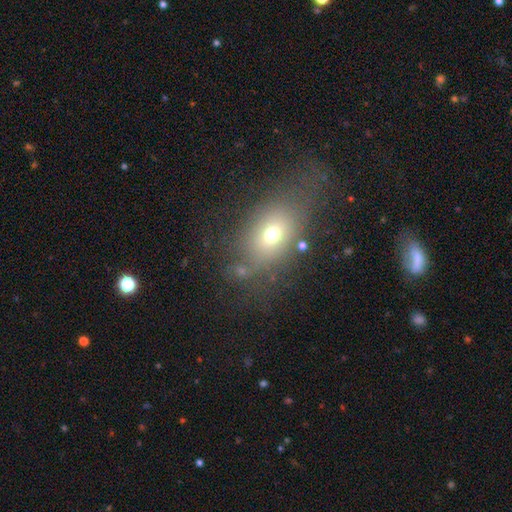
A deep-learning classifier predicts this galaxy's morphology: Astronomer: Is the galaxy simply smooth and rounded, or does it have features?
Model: smooth — 53%.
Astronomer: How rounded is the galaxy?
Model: in between — 68%.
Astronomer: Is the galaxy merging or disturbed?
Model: none — 62%.